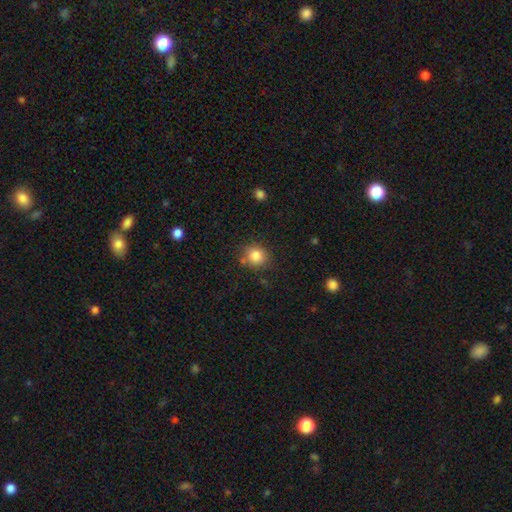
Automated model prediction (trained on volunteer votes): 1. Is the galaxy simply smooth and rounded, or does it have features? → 83% smooth, 10% star or artifact, 6% featured or disk.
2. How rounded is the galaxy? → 85% round, 14% in between, 1% cigar-shaped.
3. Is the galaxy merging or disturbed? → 77% none, 14% minor disturbance, 6% merger, 4% major disturbance.